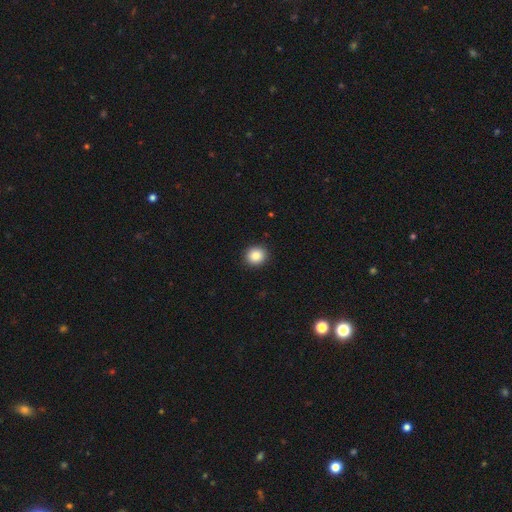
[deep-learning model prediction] smooth_or_featured: smooth (p=0.88) [alt: star or artifact p=0.09]
how_rounded: round (p=0.87) [alt: in between p=0.12]
merging: none (p=0.92) [alt: minor disturbance p=0.06]